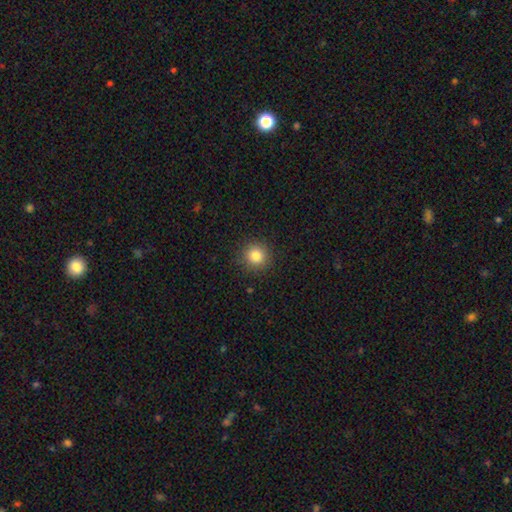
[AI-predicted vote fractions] Smooth or featured?
  - smooth: 83% *
  - star or artifact: 12%
  - featured or disk: 5%
How rounded?
  - round: 93% *
  - in between: 6%
  - cigar-shaped: 1%
Merging?
  - none: 91% *
  - minor disturbance: 6%
  - major disturbance: 2%
  - merger: 1%